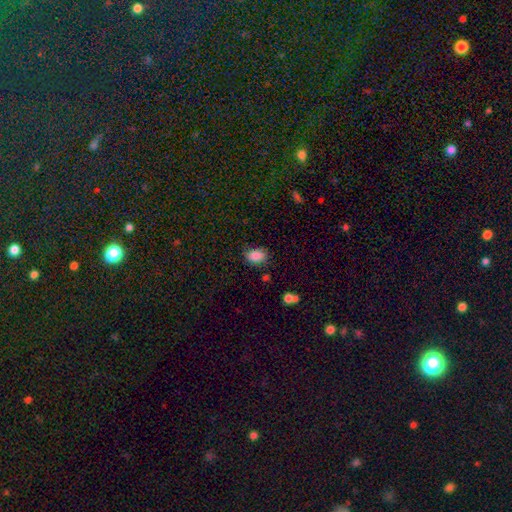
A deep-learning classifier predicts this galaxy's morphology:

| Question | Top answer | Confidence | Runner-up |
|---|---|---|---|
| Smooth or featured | smooth | 86% | star or artifact (9%) |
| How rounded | in between | 79% | round (20%) |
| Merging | none | 70% | minor disturbance (22%) |